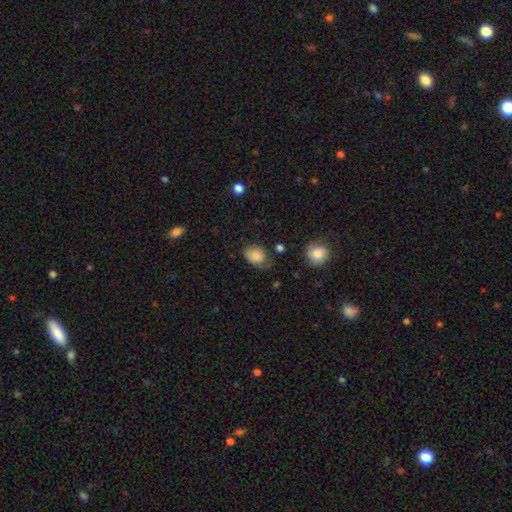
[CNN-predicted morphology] A smooth galaxy with no disk features (79%) that is in between round and cigar-shaped (58%). Merging: none (49%).